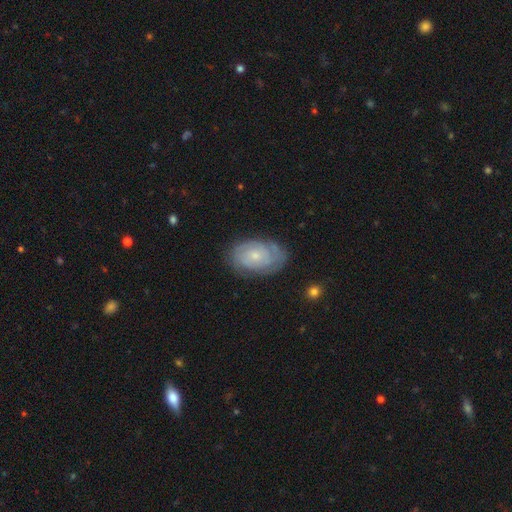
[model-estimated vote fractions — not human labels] Smooth or featured?
  - featured or disk: 66% *
  - smooth: 27%
  - star or artifact: 7%
Edge-on disk?
  - no: 96% *
  - yes: 4%
Bar?
  - no: 81% *
  - weak: 16%
  - strong: 2%
Spiral arms?
  - yes: 82% *
  - no: 18%
Spiral winding?
  - tight: 74% *
  - medium: 20%
  - loose: 6%
Spiral arm count?
  - can't tell: 52% *
  - 2: 27%
  - 3: 8%
  - 1: 5%
  - 4: 4%
  - more than 4: 3%
Bulge size?
  - small: 70% *
  - moderate: 25%
  - none: 2%
  - large: 2%
  - dominant: 1%
Merging?
  - none: 74% *
  - minor disturbance: 19%
  - major disturbance: 6%
  - merger: 1%